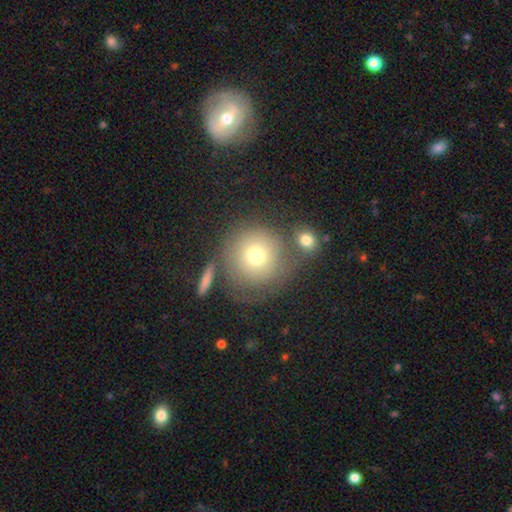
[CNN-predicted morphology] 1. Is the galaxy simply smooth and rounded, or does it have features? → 71% smooth, 18% featured or disk, 11% star or artifact.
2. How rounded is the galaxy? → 92% round, 7% in between, 1% cigar-shaped.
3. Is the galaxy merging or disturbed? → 60% none, 18% merger, 14% minor disturbance, 8% major disturbance.